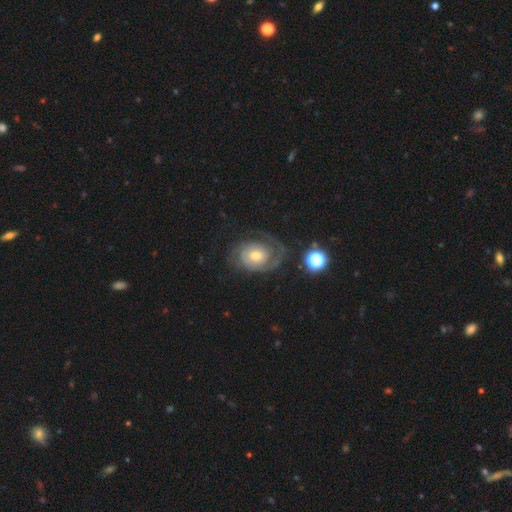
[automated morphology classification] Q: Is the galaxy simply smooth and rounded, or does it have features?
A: featured or disk — 83%.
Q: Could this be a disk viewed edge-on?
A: no — 97%.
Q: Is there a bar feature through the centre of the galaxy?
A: no — 66%.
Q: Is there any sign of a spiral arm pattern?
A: yes — 95%.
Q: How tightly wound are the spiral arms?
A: tight — 63%.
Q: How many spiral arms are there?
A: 2 — 48%.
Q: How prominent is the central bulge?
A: moderate — 65%.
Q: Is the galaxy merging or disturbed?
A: none — 66%.